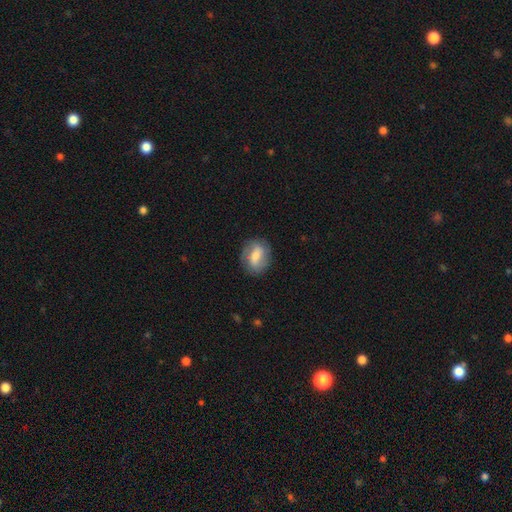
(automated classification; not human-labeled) smooth_or_featured: smooth (p=0.56) [alt: featured or disk p=0.36]
how_rounded: in between (p=0.65) [alt: round p=0.31]
merging: none (p=0.79) [alt: minor disturbance p=0.15]